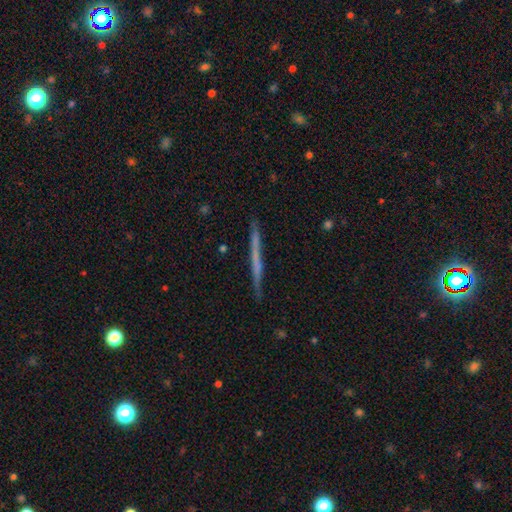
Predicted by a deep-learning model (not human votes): The model was most divided on "smooth or featured": featured or disk: 55%, smooth: 39%, star or artifact: 6%. More confident: edge-on disk — yes (97%); merging — none (89%); edge-on bulge — none (88%).